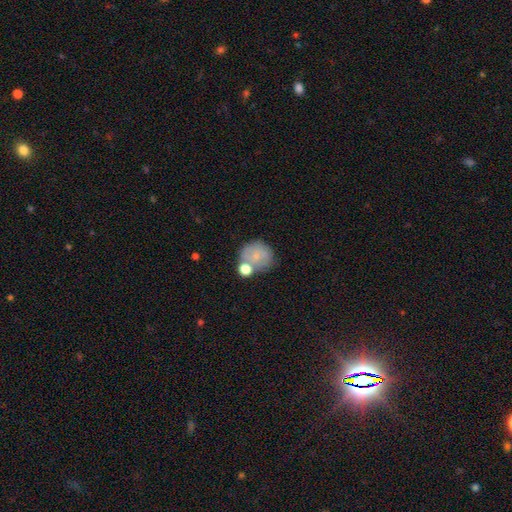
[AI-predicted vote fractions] smooth 70%, featured or disk 20%, star or artifact 10%. Down the decision tree: how rounded — round (81%); merging — none (49%).